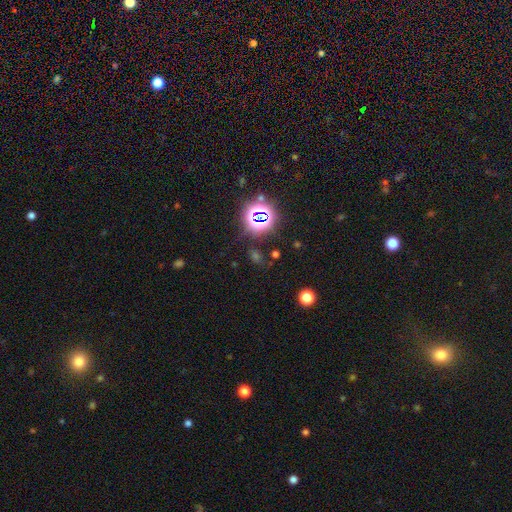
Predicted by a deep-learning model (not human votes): Q: Smooth or featured?
A: star or artifact (68%); runner-up: smooth (23%)